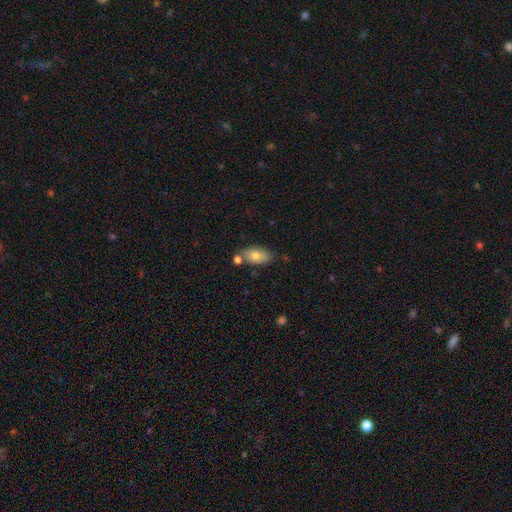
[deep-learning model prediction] Smooth or featured? smooth (79%)
How rounded? in between (91%)
Merging? none (67%)